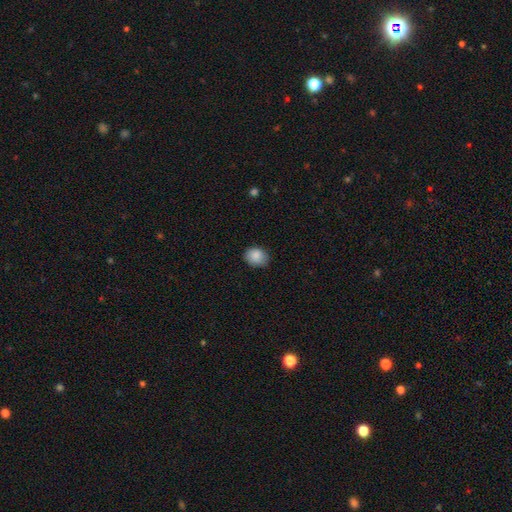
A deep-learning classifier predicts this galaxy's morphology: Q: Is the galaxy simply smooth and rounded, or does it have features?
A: smooth — 87%.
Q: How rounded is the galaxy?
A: round — 55%.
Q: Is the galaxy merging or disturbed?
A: none — 81%.